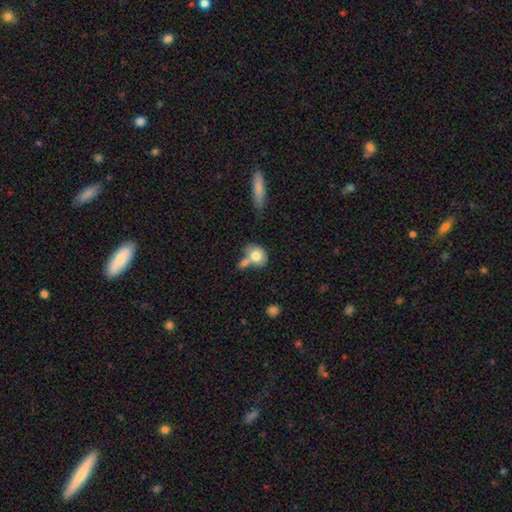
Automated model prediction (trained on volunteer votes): Smooth or featured: smooth — 77% (featured or disk — 15%)
How rounded: in between — 51% (round — 47%)
Merging: merger — 41% (none — 38%)